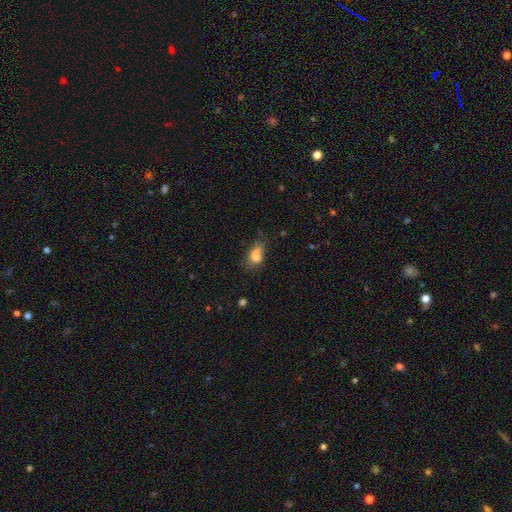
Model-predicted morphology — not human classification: smooth-or-featured: smooth: 73% | featured or disk: 15% | star or artifact: 12%
  how-rounded: in between: 76% | round: 20% | cigar-shaped: 3%
  merging: none: 32% | minor disturbance: 30% | major disturbance: 19% | merger: 19%